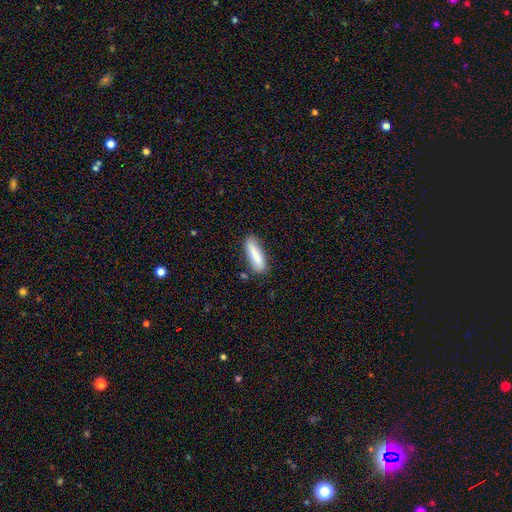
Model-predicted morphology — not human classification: This is likely a smooth galaxy (77%). How rounded: possibly cigar-shaped (55%). Merging: likely none (78%).